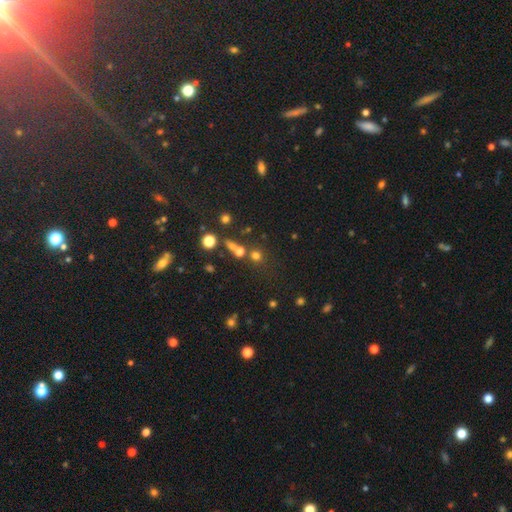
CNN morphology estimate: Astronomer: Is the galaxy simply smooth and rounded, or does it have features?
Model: smooth — 57% (runner-up: star or artifact, 33%).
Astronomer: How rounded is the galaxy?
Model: round — 89%.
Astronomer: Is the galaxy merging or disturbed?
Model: none — 65%.